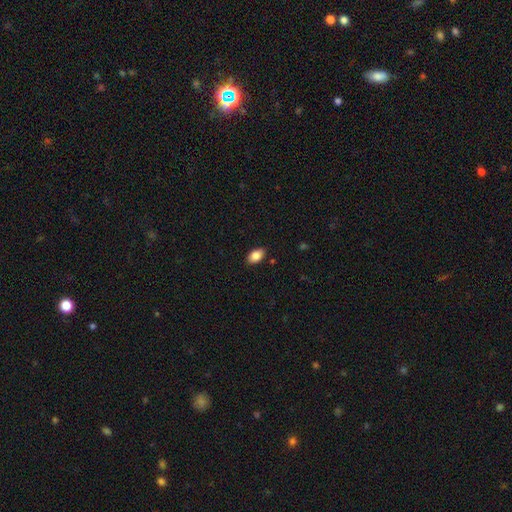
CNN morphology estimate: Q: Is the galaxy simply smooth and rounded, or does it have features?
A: smooth — 85%.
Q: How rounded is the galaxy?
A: in between — 91%.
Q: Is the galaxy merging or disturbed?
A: none — 88%.